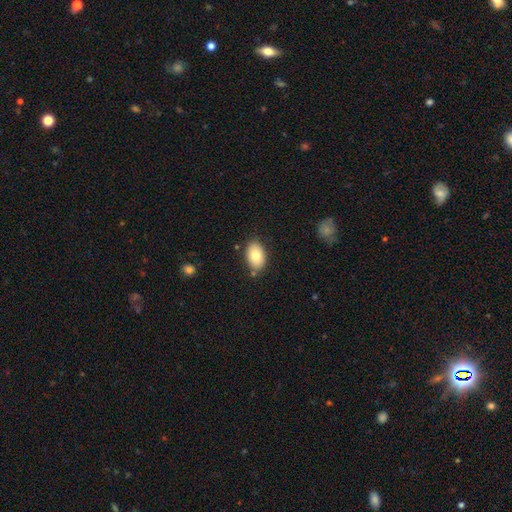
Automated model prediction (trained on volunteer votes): Q: Smooth or featured?
A: smooth (81%); runner-up: featured or disk (12%)
Q: How rounded?
A: in between (90%); runner-up: round (9%)
Q: Merging?
A: none (81%); runner-up: minor disturbance (13%)